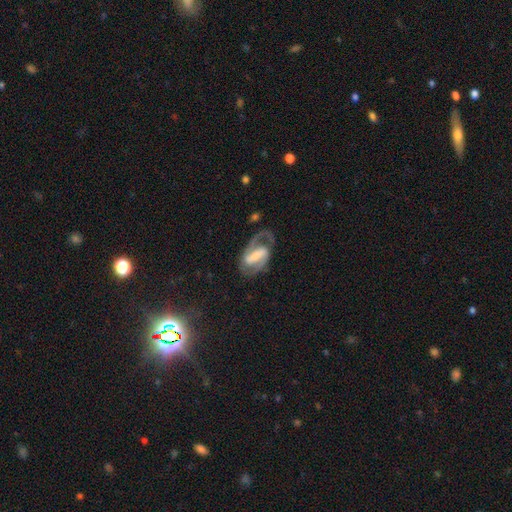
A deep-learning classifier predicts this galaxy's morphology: smooth-or-featured: featured or disk: 84% | smooth: 11% | star or artifact: 5%
  disk-edge-on: no: 97% | yes: 3%
    bar: strong: 63% | weak: 27% | no: 10%
    has-spiral-arms: yes: 91% | no: 9%
      spiral-winding: medium: 52% | tight: 29% | loose: 19%
      spiral-arm-count: 2: 84% | 1: 8% | can't tell: 5% | 3: 1% | 4: 1% | more than 4: 1%
    bulge-size: small: 40% | moderate: 35% | large: 12% | none: 11% | dominant: 2%
  merging: none: 64% | minor disturbance: 18% | major disturbance: 15% | merger: 2%